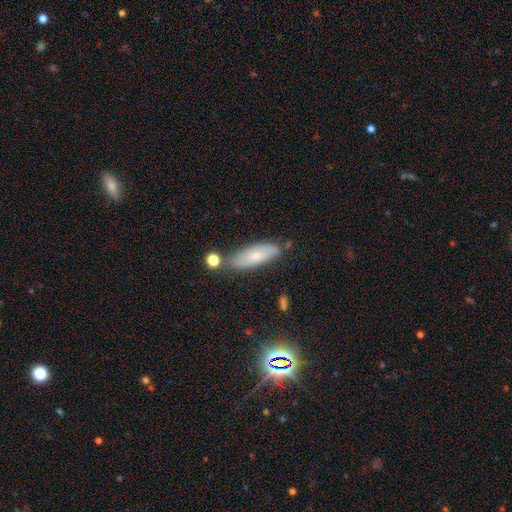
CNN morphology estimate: smooth-or-featured: smooth: 65% | featured or disk: 27% | star or artifact: 8%
  how-rounded: in between: 58% | cigar-shaped: 40% | round: 2%
  merging: none: 72% | minor disturbance: 18% | merger: 6% | major disturbance: 4%